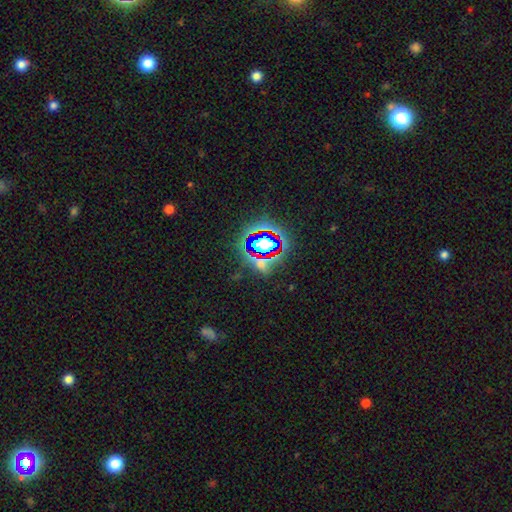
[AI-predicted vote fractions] This appears to be a star or artifact, not a galaxy (76%).